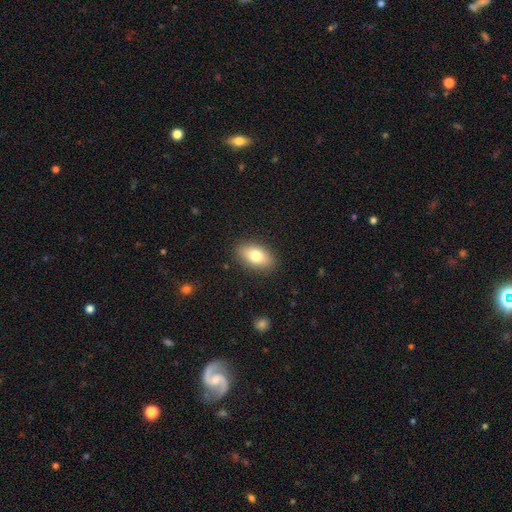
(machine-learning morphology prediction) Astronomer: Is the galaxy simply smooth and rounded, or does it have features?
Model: smooth — 78%.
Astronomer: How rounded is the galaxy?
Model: in between — 90%.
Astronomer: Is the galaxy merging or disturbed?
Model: none — 88%.